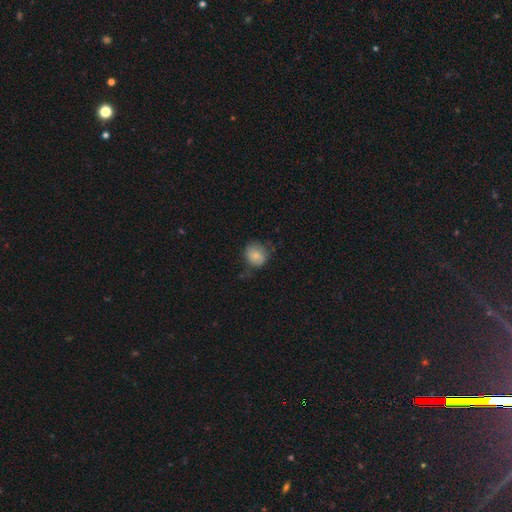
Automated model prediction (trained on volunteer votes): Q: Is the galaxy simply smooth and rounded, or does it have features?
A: smooth — 76%.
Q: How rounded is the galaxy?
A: round — 72%.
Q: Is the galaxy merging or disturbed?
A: none — 57%.